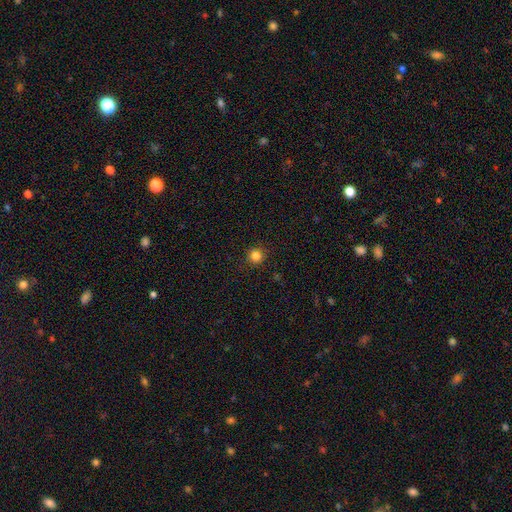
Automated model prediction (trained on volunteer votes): Overall: smooth (83%). How rounded: round (95%). Merging: none (91%).